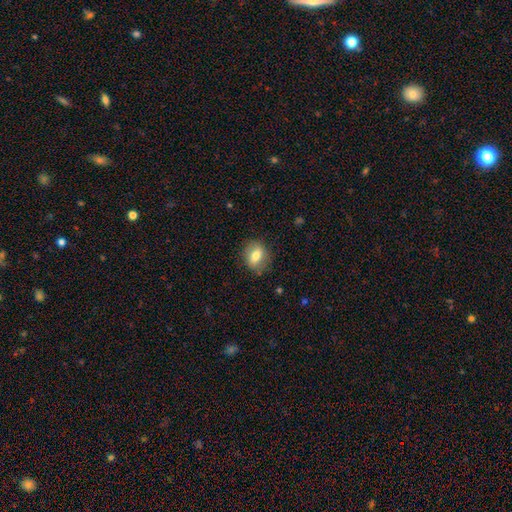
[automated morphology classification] This appears to be a smooth galaxy with no disk features (71%) that is round (51%). Merging: none (82%).